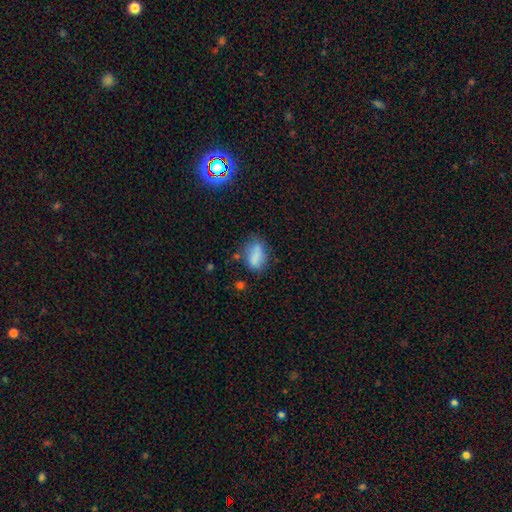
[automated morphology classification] smooth_or_featured: smooth (p=0.76) [alt: featured or disk p=0.14]
how_rounded: in between (p=0.83) [alt: round p=0.10]
merging: none (p=0.55) [alt: minor disturbance p=0.27]